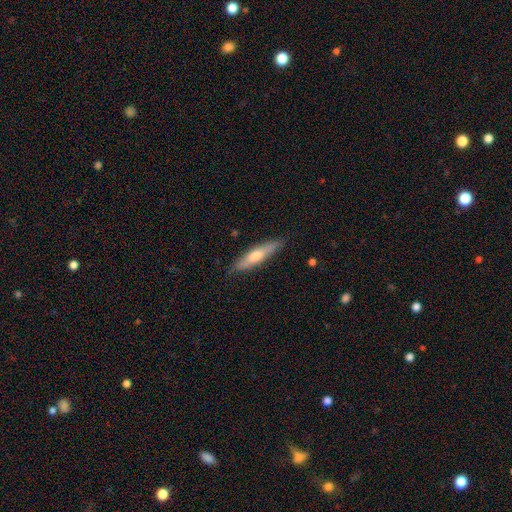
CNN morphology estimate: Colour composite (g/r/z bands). It shows a smooth galaxy with no disk features (50%) that is cigar-shaped (82%). Merging: none (86%).